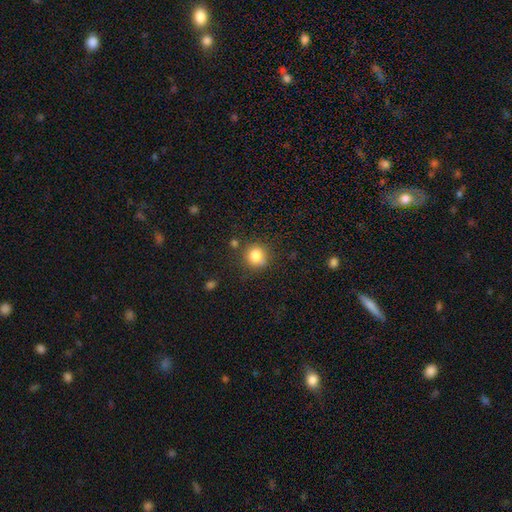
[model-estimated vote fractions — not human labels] Morphology: type=smooth (82%); roundness=round (88%); merging=none (74%).